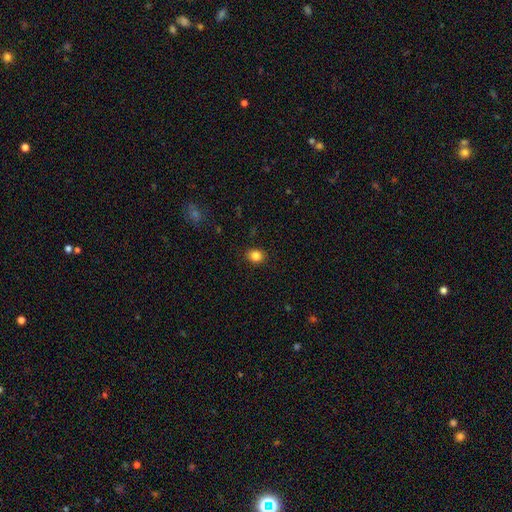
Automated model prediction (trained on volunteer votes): A smooth galaxy with no disk features (84%) that is round (67%). Merging: none (90%).